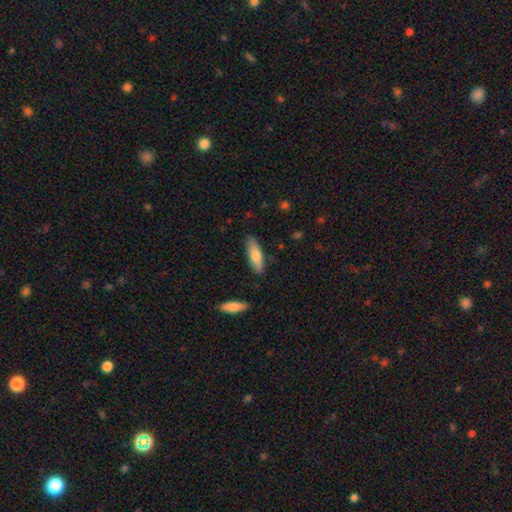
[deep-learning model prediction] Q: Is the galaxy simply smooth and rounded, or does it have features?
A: smooth — 73%.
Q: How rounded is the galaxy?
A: in between — 53%.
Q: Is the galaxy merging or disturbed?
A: none — 85%.